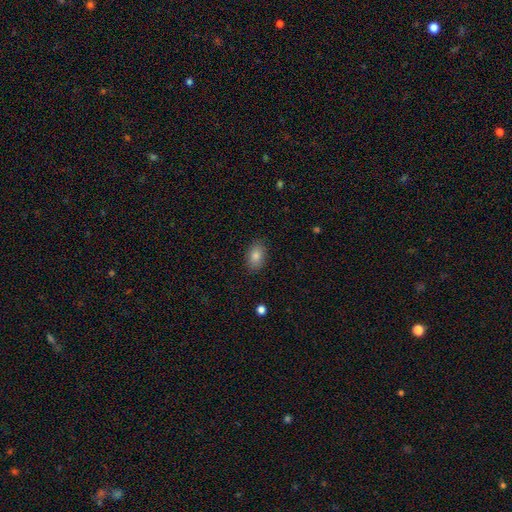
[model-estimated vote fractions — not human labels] This is clearly a smooth galaxy (83%). How rounded: clearly in between (86%). Merging: clearly none (88%).